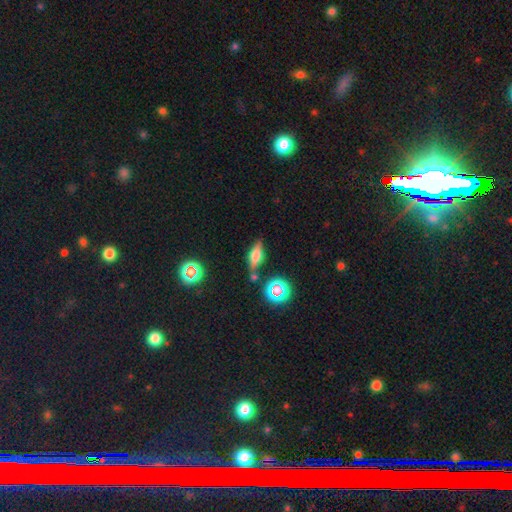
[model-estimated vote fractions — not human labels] Q: Smooth or featured?
A: smooth (50%); runner-up: featured or disk (35%)
Q: Merging?
A: none (71%); runner-up: minor disturbance (16%)